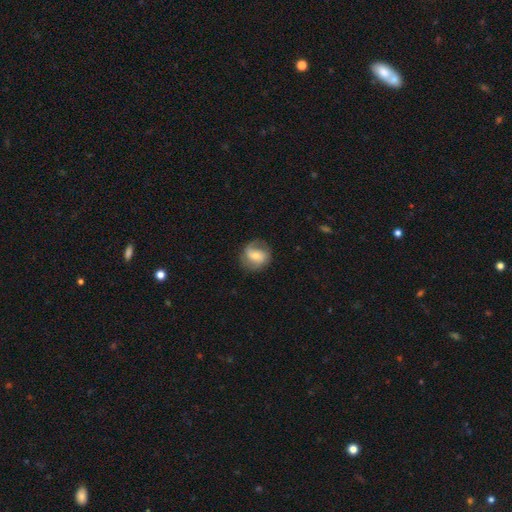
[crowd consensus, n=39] Overall: featured or disk (69%). Edge-on disk: no (100%). Bar: weak (44%; no 37%). Spiral arms: yes (89%). Spiral arm count: 2 (83%). Spiral winding: medium (58%; loose 33%). Bulge size: moderate (67%). Merging: none (69%).